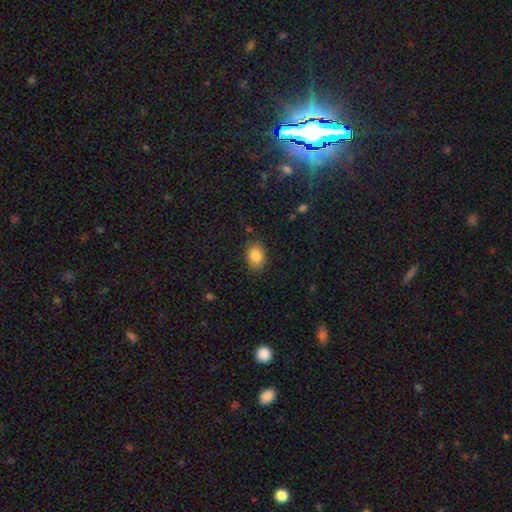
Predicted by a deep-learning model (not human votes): This appears to be a smooth galaxy with no disk features (85%) that is in between round and cigar-shaped (72%). Merging: none (84%).